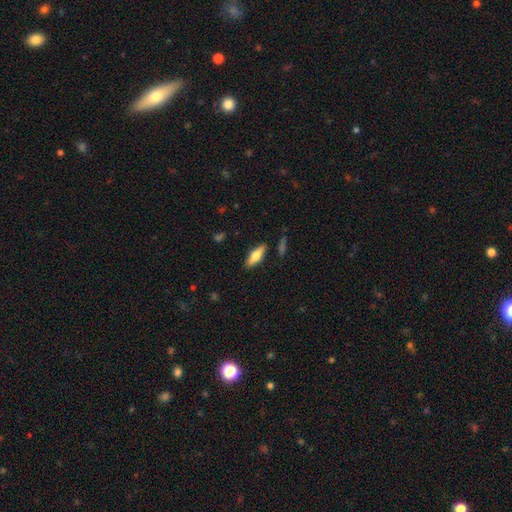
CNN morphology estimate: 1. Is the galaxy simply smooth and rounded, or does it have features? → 58% smooth, 36% featured or disk, 6% star or artifact.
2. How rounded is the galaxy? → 58% in between, 39% cigar-shaped, 3% round.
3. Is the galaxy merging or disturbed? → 86% none, 10% minor disturbance, 2% major disturbance, 2% merger.